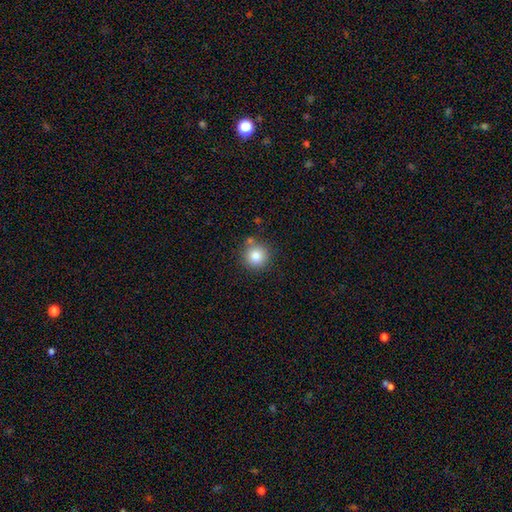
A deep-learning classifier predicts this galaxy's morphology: Overall: smooth (83%). How rounded: round (93%). Merging: none (78%).